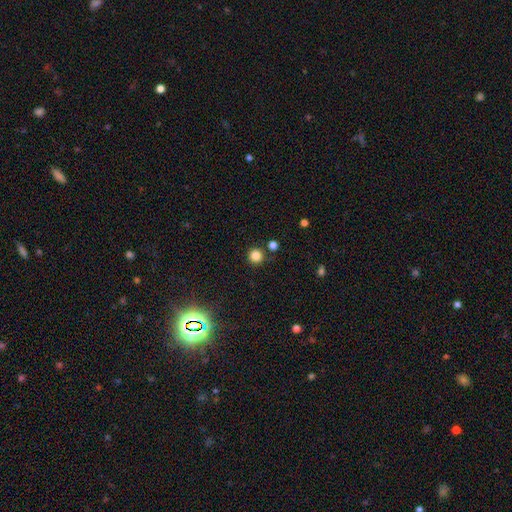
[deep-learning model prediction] smooth_or_featured: smooth (p=0.82) [alt: star or artifact p=0.13]
how_rounded: round (p=0.95) [alt: in between p=0.04]
merging: none (p=0.85) [alt: minor disturbance p=0.07]